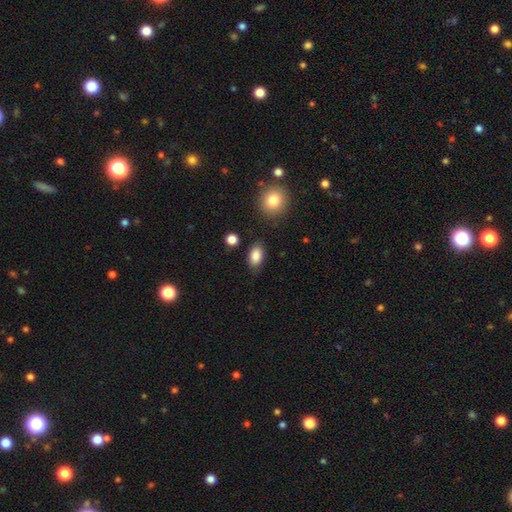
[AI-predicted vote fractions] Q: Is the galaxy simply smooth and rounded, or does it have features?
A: smooth — 87%.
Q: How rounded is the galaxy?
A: in between — 89%.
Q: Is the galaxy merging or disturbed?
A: none — 82%.